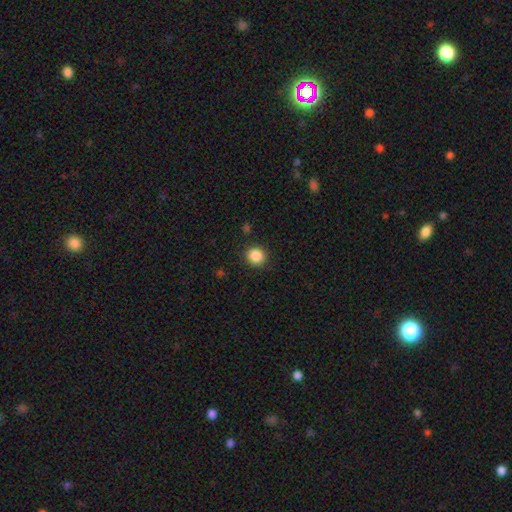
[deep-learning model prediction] Overall: smooth (87%). How rounded: round (90%). Merging: none (89%).